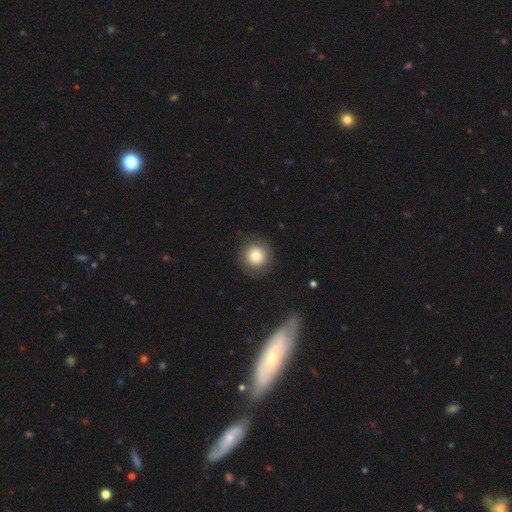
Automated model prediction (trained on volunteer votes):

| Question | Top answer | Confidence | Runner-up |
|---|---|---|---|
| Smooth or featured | smooth | 81% | star or artifact (10%) |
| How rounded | round | 95% | in between (4%) |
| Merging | none | 88% | minor disturbance (7%) |